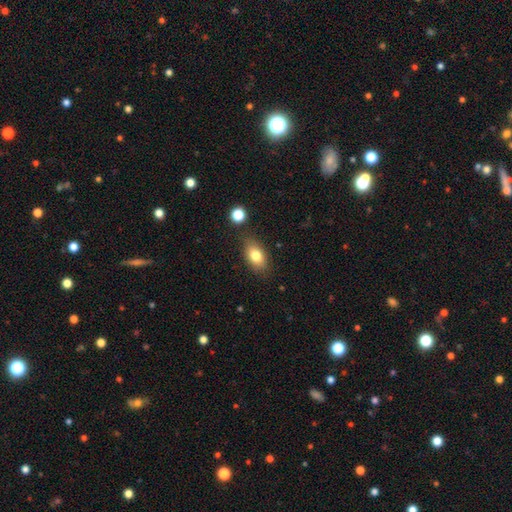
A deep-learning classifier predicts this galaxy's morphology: This is likely a smooth galaxy (80%). How rounded: clearly in between (86%). Merging: likely none (80%).